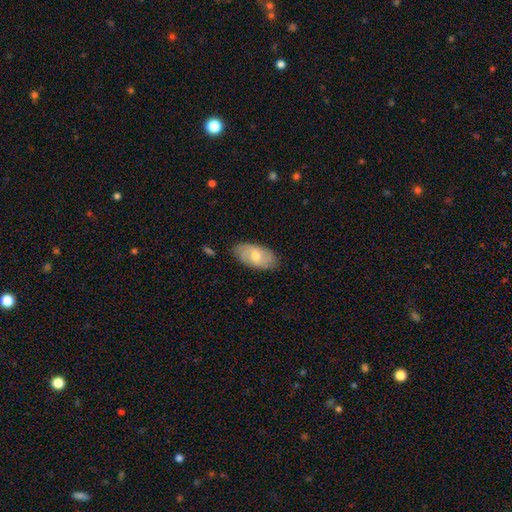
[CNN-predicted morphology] Q: Smooth or featured?
A: smooth (50%); runner-up: featured or disk (43%)
Q: How rounded?
A: in between (92%); runner-up: cigar-shaped (4%)
Q: Merging?
A: none (82%); runner-up: minor disturbance (14%)